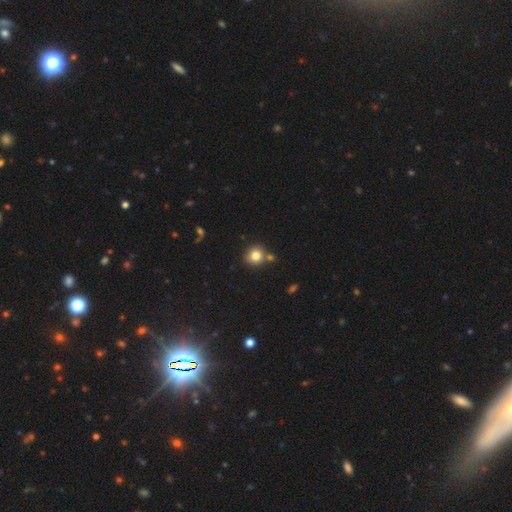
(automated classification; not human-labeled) The model was most divided on "merging": none: 72%, merger: 15%, minor disturbance: 10%, major disturbance: 3%. More confident: how rounded — round (89%); smooth or featured — smooth (81%).